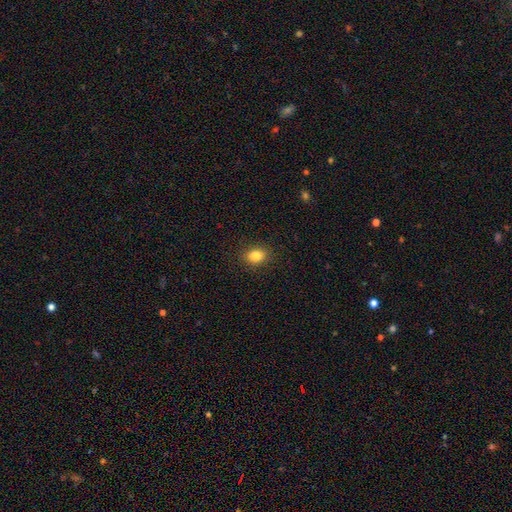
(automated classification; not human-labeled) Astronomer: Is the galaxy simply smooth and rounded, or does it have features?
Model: smooth — 84%.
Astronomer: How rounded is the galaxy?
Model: in between — 59% (runner-up: round, 40%).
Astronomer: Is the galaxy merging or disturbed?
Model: none — 89%.